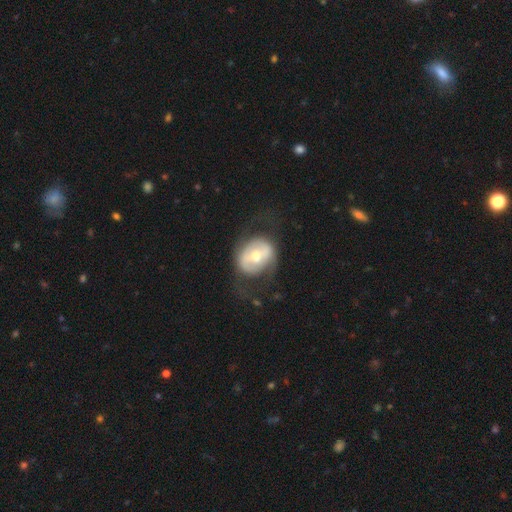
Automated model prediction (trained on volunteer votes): Q: Smooth or featured?
A: featured or disk (59%); runner-up: smooth (35%)
Q: Edge-on disk?
A: no (95%); runner-up: yes (5%)
Q: Bar?
A: no (39%); runner-up: weak (34%)
Q: Spiral arms?
A: no (63%); runner-up: yes (37%)
Q: Bulge size?
A: moderate (66%); runner-up: small (25%)
Q: Merging?
A: none (59%); runner-up: major disturbance (20%)